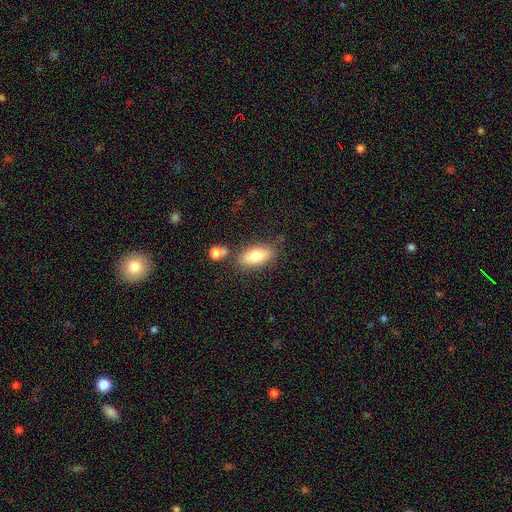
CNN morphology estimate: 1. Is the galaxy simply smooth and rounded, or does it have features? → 78% smooth, 15% featured or disk, 7% star or artifact.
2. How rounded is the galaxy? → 83% in between, 13% cigar-shaped, 3% round.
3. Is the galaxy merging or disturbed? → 73% none, 14% minor disturbance, 9% merger, 4% major disturbance.